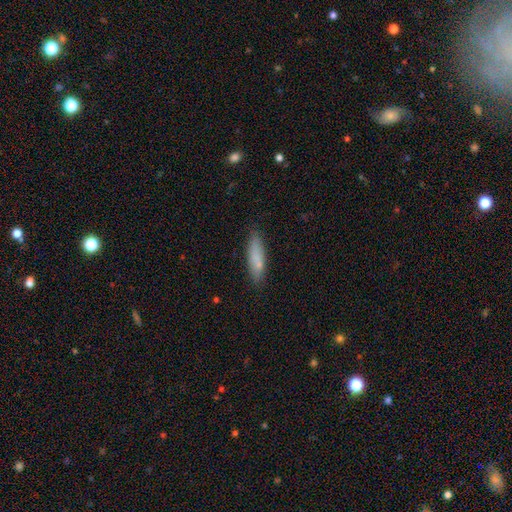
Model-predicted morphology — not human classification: The model was most divided on "how rounded": cigar-shaped: 74%, in between: 25%, round: 2%. More confident: merging — none (85%); smooth or featured — smooth (80%).